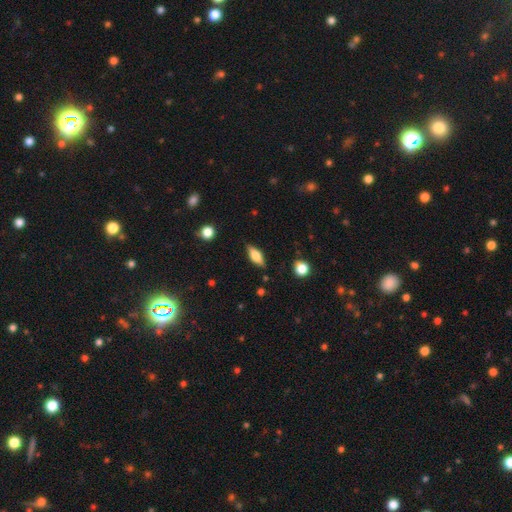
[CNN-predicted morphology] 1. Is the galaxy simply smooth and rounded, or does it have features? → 57% smooth, 36% featured or disk, 7% star or artifact.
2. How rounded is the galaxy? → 70% in between, 26% cigar-shaped, 4% round.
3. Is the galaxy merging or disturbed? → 83% none, 12% minor disturbance, 3% major disturbance, 2% merger.